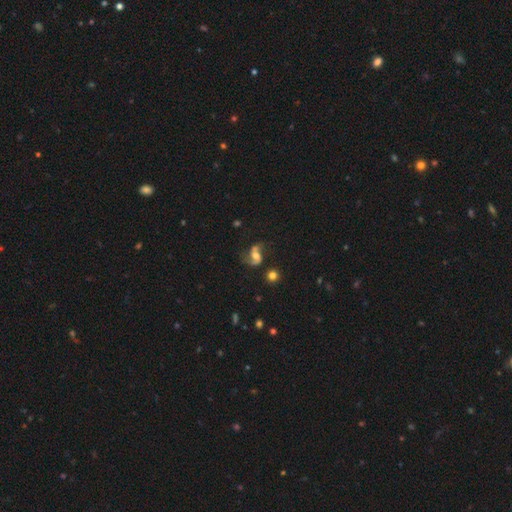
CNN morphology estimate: Overall: featured or disk (79%). Edge-on disk: no (97%). Bar: no (46%; weak 36%). Spiral arms: yes (93%). Spiral arm count: 2 (88%). Spiral winding: loose (64%; medium 29%). Bulge size: moderate (60%). Merging: none (61%).